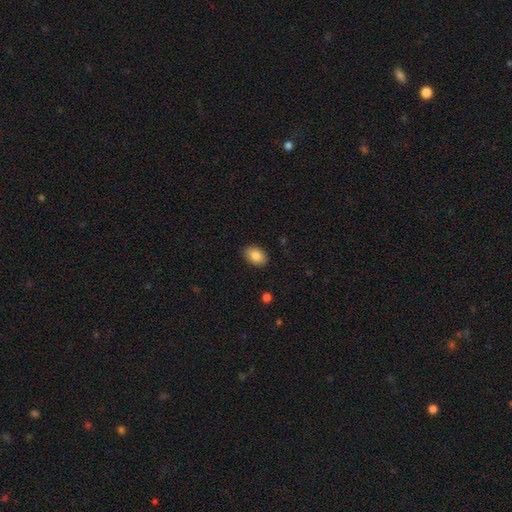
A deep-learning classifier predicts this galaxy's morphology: smooth 86%, star or artifact 8%, featured or disk 6%. Down the decision tree: how rounded — in between (86%); merging — none (88%).